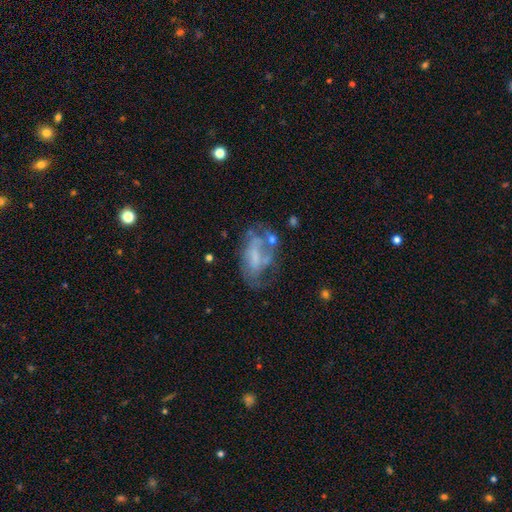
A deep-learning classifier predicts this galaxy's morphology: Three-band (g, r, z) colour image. It shows a featured or disk galaxy (63%) with no bar (53%), spiral arms (51%) and no central bulge (47%). Merging: none (38%).